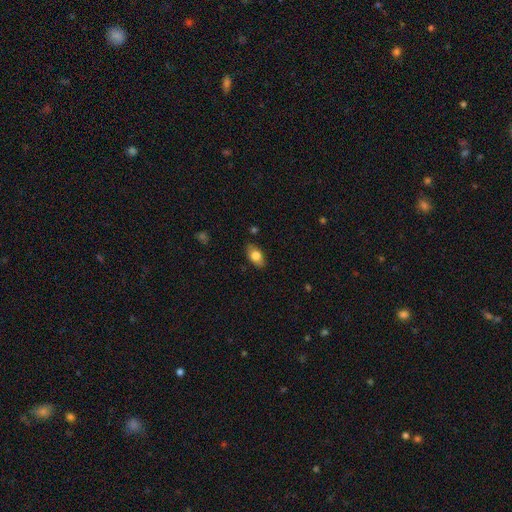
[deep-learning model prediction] Morphology: type=smooth (77%); roundness=in between (90%); merging=none (85%).